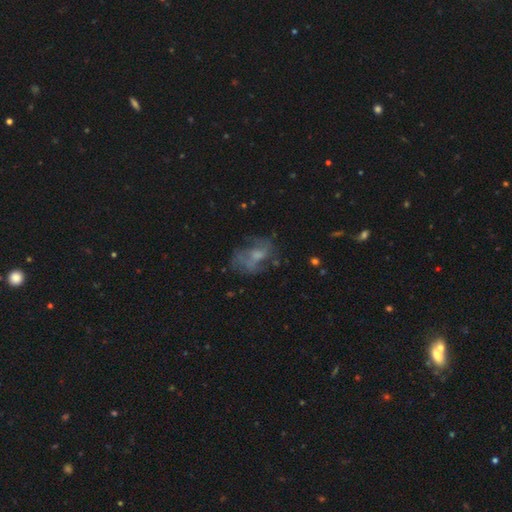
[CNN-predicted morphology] Smooth or featured? featured or disk (55%)
Edge-on disk? no (96%)
Bar? no (71%)
Spiral arms? no (57%)
Bulge size? moderate (38%)
Merging? none (48%)